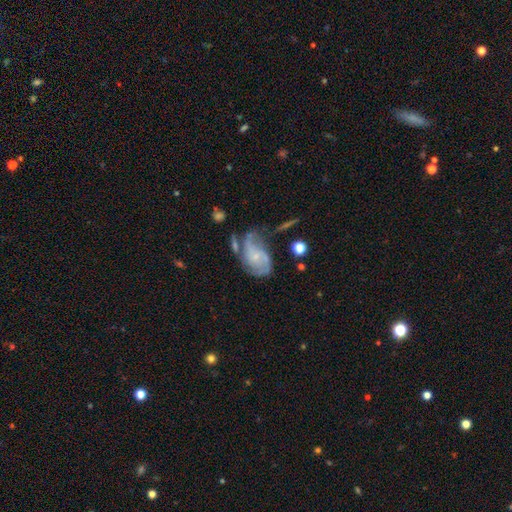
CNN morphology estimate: Smooth or featured: featured or disk — 77% (smooth — 16%)
Edge-on disk: no — 97% (yes — 3%)
Bar: no — 67% (weak — 28%)
Spiral arms: yes — 92% (no — 8%)
Spiral winding: medium — 44% (tight — 32%)
Spiral arm count: 2 — 49% (can't tell — 22%)
Bulge size: small — 72% (moderate — 15%)
Merging: none — 41% (minor disturbance — 25%)